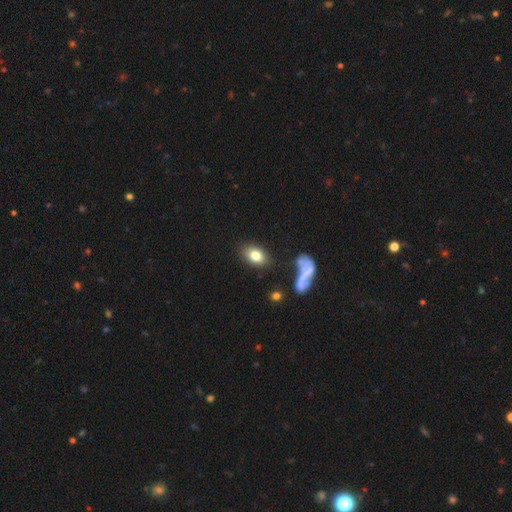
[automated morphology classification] Smooth or featured? Predicted: smooth (p=0.79). How rounded? Predicted: in between (p=0.83). Merging? Predicted: none (p=0.78).